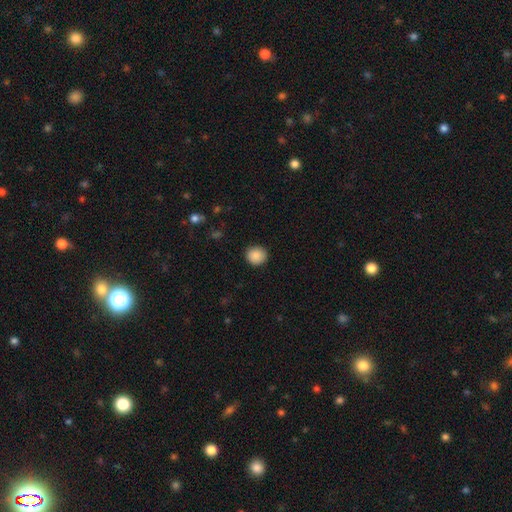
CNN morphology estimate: Smooth or featured? smooth (88%)
How rounded? round (89%)
Merging? none (90%)